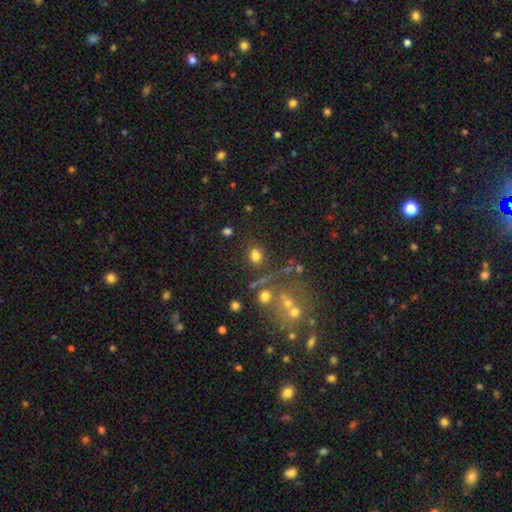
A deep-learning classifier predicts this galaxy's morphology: A smooth galaxy with no disk features (76%) that is round (76%).

Vote fractions:
- Smooth or featured? smooth: 76% / star or artifact: 16% / featured or disk: 8%
- How rounded? round: 76% / in between: 22% / cigar-shaped: 1%
- Merging? none: 77% / minor disturbance: 10% / merger: 7% / major disturbance: 5%